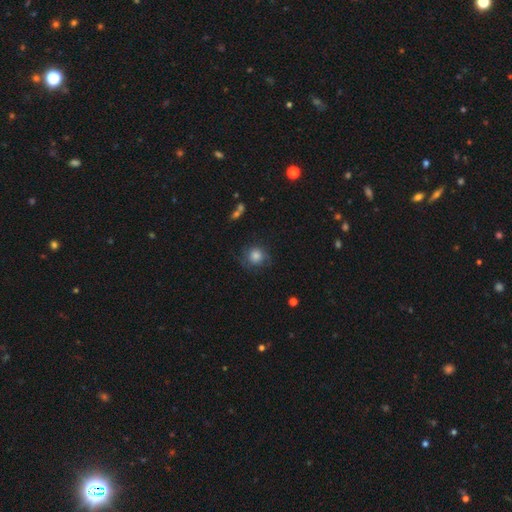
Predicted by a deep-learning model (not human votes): This is likely a smooth galaxy (70%). How rounded: clearly round (90%). Merging: likely none (70%).